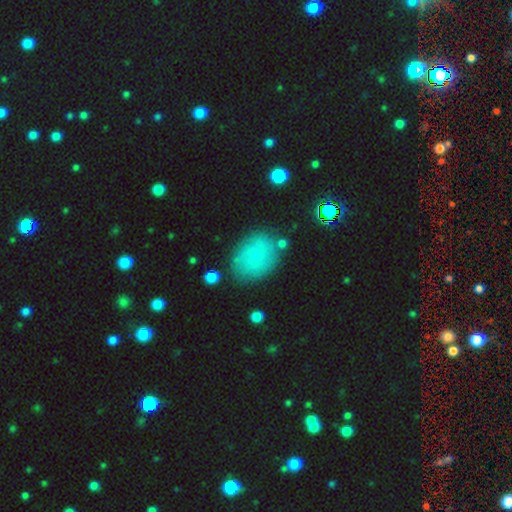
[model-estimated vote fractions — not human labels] Smooth or featured?
  - smooth: 53% *
  - featured or disk: 34%
  - star or artifact: 13%
How rounded?
  - in between: 61% *
  - round: 37%
  - cigar-shaped: 1%
Merging?
  - none: 74% *
  - minor disturbance: 17%
  - major disturbance: 5%
  - merger: 3%